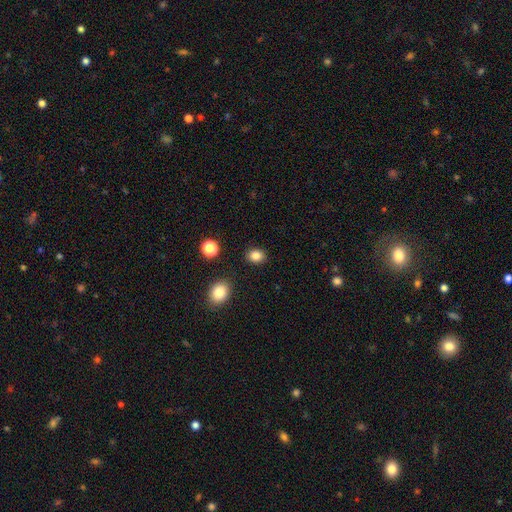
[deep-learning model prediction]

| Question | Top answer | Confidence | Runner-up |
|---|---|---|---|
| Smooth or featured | smooth | 84% | star or artifact (11%) |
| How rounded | in between | 51% | round (48%) |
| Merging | none | 87% | minor disturbance (8%) |